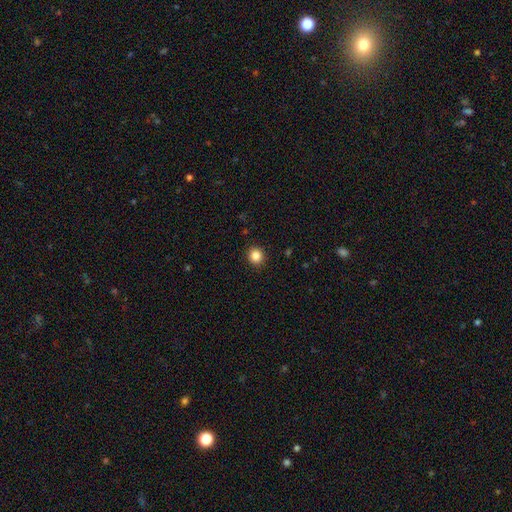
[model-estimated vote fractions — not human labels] Smooth or featured?
  - smooth: 86% *
  - star or artifact: 11%
  - featured or disk: 4%
How rounded?
  - round: 89% *
  - in between: 10%
  - cigar-shaped: 1%
Merging?
  - none: 91% *
  - minor disturbance: 6%
  - major disturbance: 2%
  - merger: 1%